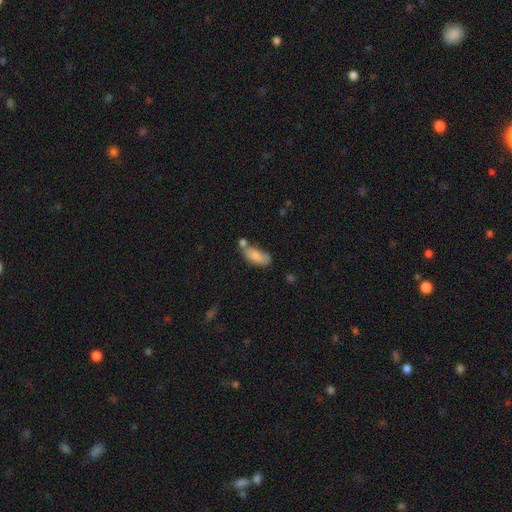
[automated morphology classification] Smooth or featured: smooth — 80% (featured or disk — 12%)
How rounded: in between — 80% (cigar-shaped — 17%)
Merging: none — 46% (merger — 24%)